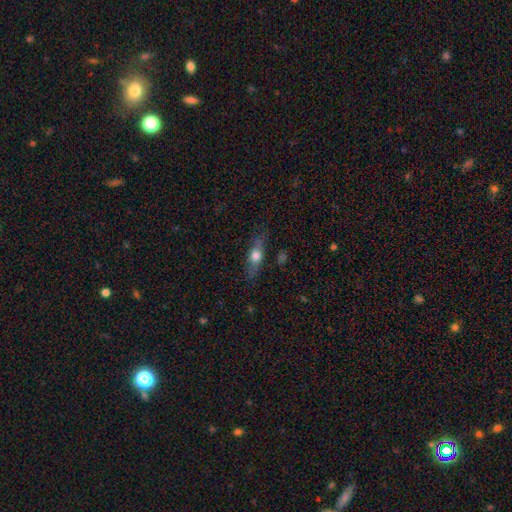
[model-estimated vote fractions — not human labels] Smooth or featured: smooth — 54% (featured or disk — 38%)
How rounded: cigar-shaped — 48% (in between — 45%)
Merging: none — 79% (minor disturbance — 15%)